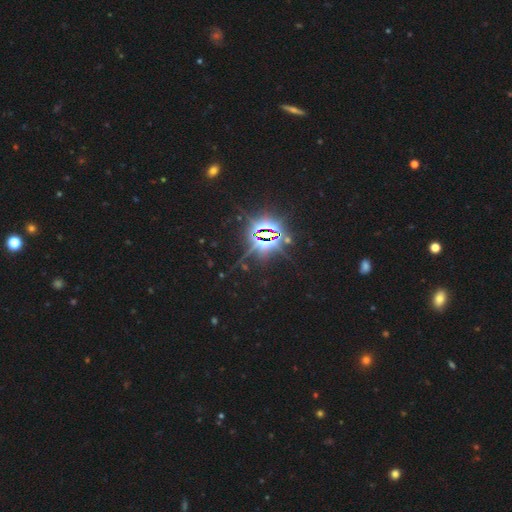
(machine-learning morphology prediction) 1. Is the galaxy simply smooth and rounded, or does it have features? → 83% star or artifact, 11% smooth, 6% featured or disk.